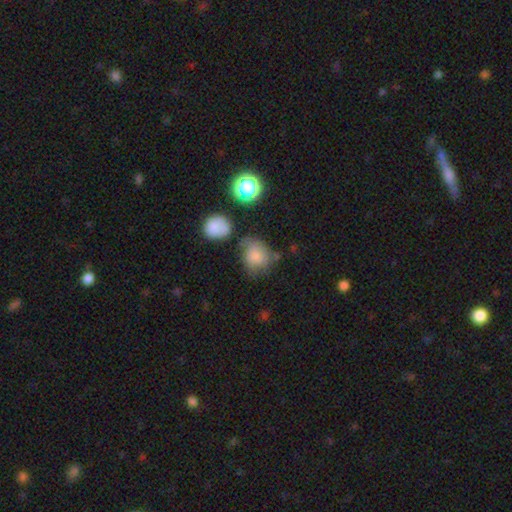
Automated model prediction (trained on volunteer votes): Overall: smooth (76%). How rounded: round (67%; in between 31%). Merging: none (53%; minor disturbance 24%).